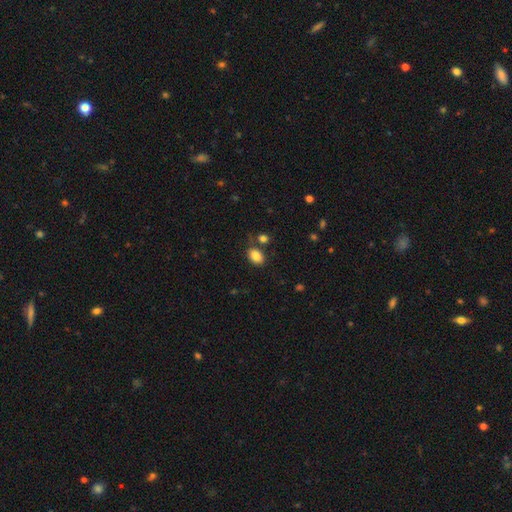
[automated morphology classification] smooth_or_featured: smooth (p=0.85) [alt: star or artifact p=0.09]
how_rounded: in between (p=0.82) [alt: round p=0.17]
merging: none (p=0.71) [alt: minor disturbance p=0.14]